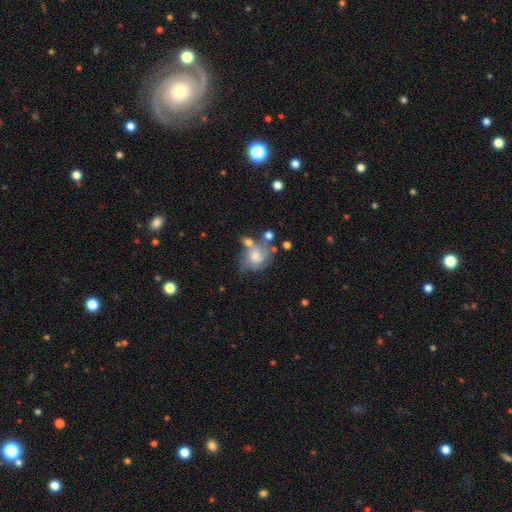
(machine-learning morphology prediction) smooth-or-featured: featured or disk: 55% | smooth: 36% | star or artifact: 9%
  disk-edge-on: no: 97% | yes: 3%
    bar: no: 75% | weak: 22% | strong: 3%
    has-spiral-arms: yes: 75% | no: 25%
    bulge-size: moderate: 50% | small: 24% | large: 15% | none: 9% | dominant: 2%
  merging: none: 38% | minor disturbance: 24% | merger: 20% | major disturbance: 19%